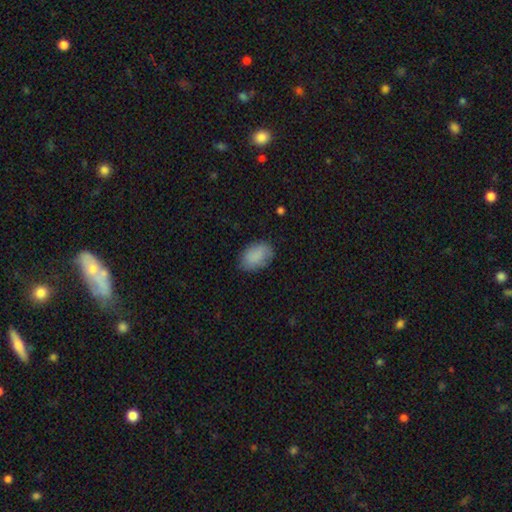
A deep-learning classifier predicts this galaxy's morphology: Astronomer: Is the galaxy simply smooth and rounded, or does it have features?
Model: smooth — 85%.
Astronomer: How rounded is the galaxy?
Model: in between — 85%.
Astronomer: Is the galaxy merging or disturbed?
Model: none — 76%.